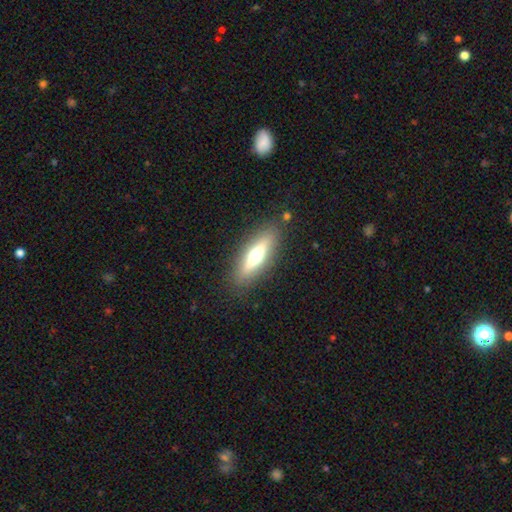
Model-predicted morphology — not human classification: Smooth or featured?
  - featured or disk: 53% *
  - smooth: 39%
  - star or artifact: 8%
Edge-on disk?
  - yes: 87% *
  - no: 13%
Merging?
  - none: 86% *
  - minor disturbance: 9%
  - major disturbance: 3%
  - merger: 2%